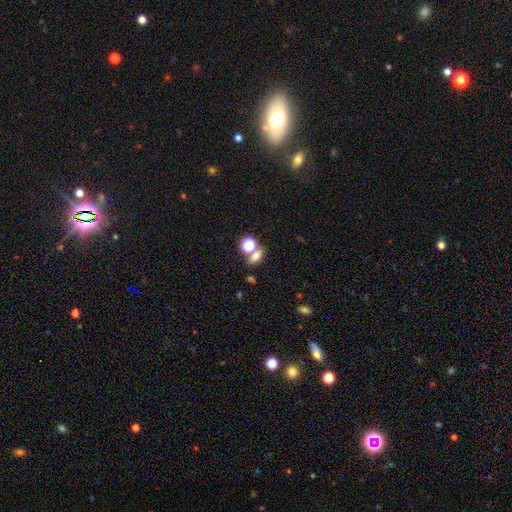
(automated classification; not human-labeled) Smooth or featured? smooth (63%)
How rounded? in between (59%)
Merging? none (58%)